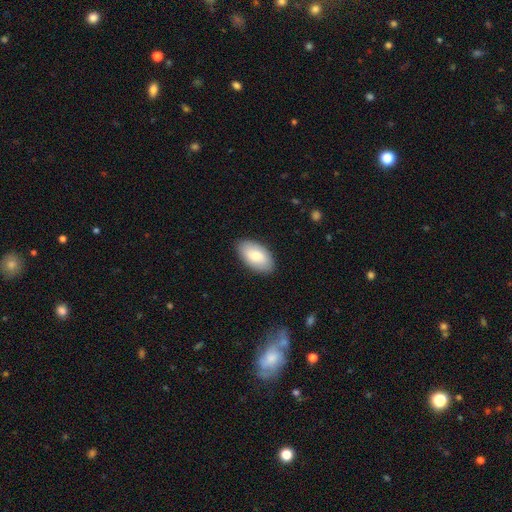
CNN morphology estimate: type=smooth (79%); roundness=in between (95%); merging=none (88%).